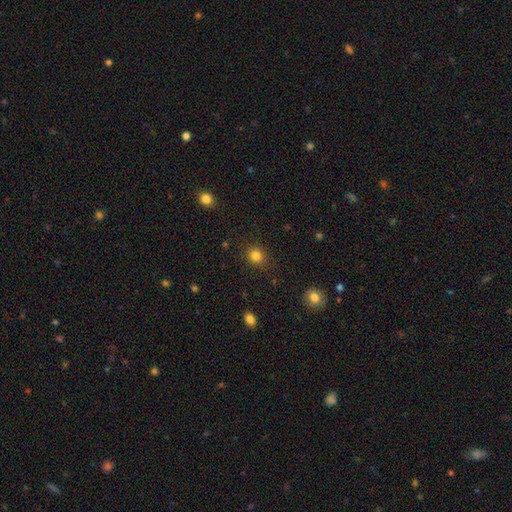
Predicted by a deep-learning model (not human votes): The model was most divided on "how rounded": round: 78%, in between: 21%, cigar-shaped: 1%. More confident: merging — none (86%); smooth or featured — smooth (83%).